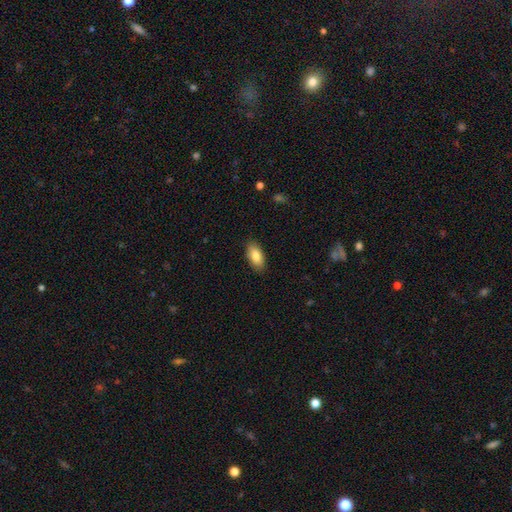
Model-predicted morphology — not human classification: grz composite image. It shows a smooth galaxy with no disk features (85%) that is in between round and cigar-shaped (91%). Merging: none (88%).